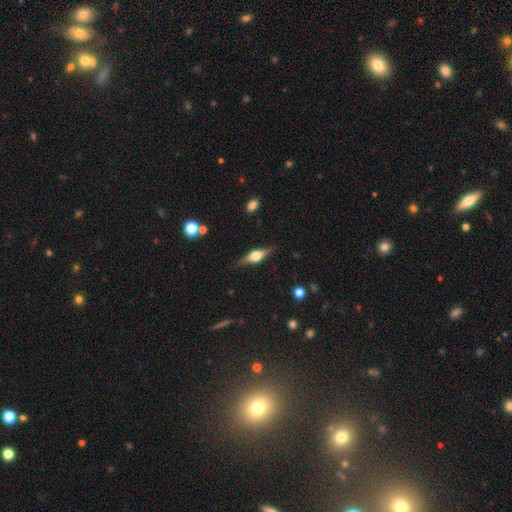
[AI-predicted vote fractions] Smooth or featured: featured or disk — 64% (smooth — 29%)
Edge-on disk: yes — 95% (no — 5%)
Edge-on bulge: rounded — 92% (boxy — 7%)
Merging: none — 85% (minor disturbance — 11%)